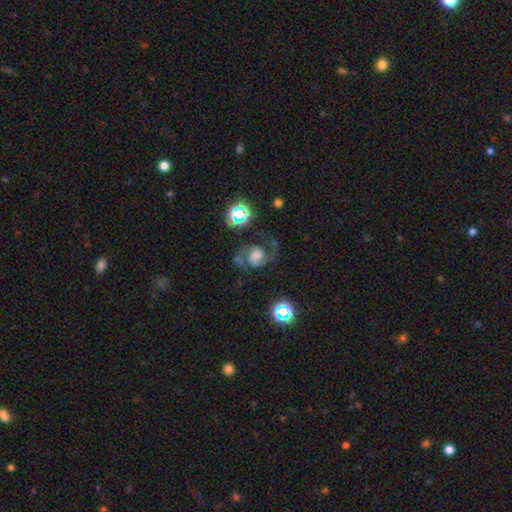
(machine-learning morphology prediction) This is likely a featured or disk galaxy (73%). It is clearly not viewed edge-on (98%). Bar: possibly no (59%). Spiral arm pattern: clearly yes (94%). Spiral arm count: clearly 2 (86%). Spiral winding: possibly medium (48%). Central bulge: marginally large (29%). Merging: possibly none (53%).